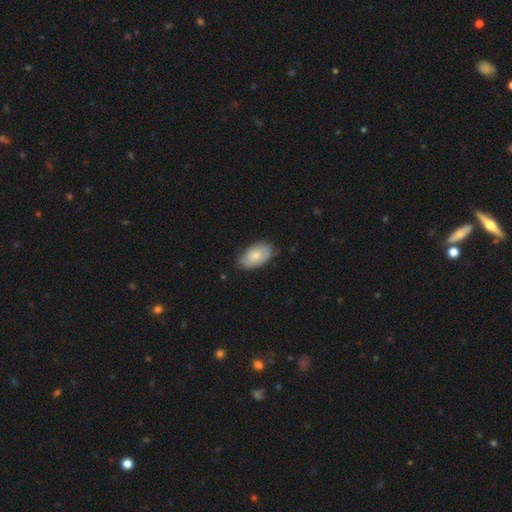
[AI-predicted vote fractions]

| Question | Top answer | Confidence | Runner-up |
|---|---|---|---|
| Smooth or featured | smooth | 71% | featured or disk (23%) |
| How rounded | in between | 94% | round (4%) |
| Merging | none | 72% | minor disturbance (23%) |